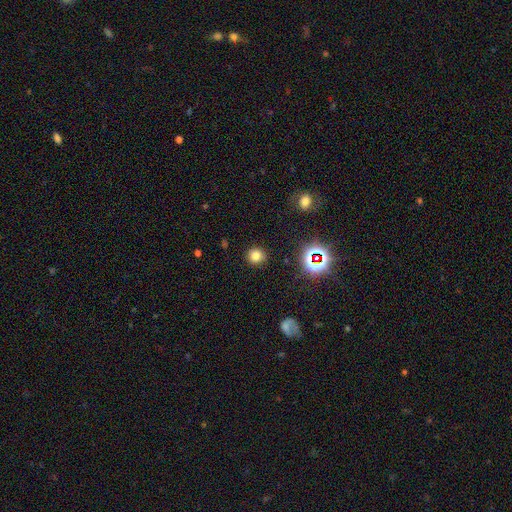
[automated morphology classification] Q: Smooth or featured?
A: smooth (75%); runner-up: star or artifact (18%)
Q: How rounded?
A: round (89%); runner-up: in between (10%)
Q: Merging?
A: none (89%); runner-up: minor disturbance (7%)